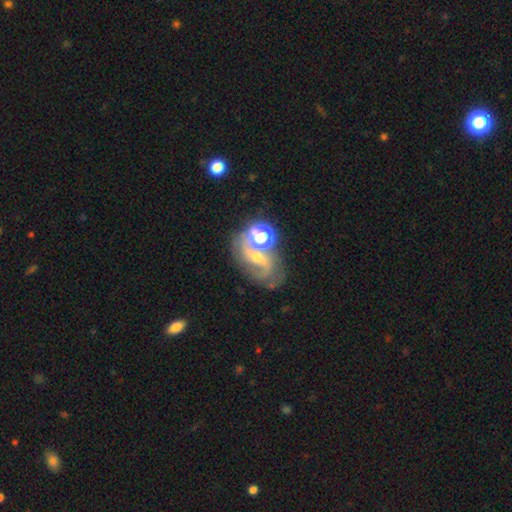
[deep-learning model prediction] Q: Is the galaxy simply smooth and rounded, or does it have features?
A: featured or disk — 73%.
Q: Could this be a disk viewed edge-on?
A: no — 96%.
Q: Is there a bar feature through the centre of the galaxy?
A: weak — 37%.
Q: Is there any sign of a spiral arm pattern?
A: yes — 91%.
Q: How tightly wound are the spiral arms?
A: medium — 50%.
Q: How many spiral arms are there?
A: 2 — 85%.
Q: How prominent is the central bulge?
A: moderate — 50%.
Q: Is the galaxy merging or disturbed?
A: none — 52%.